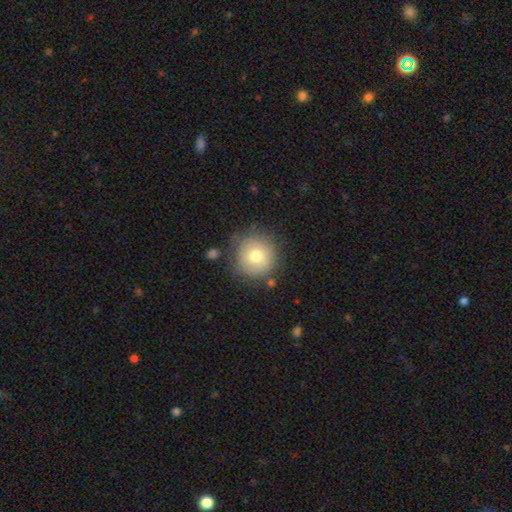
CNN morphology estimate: This appears to be a smooth galaxy with no disk features (75%) that is round (95%). Merging: none (80%).